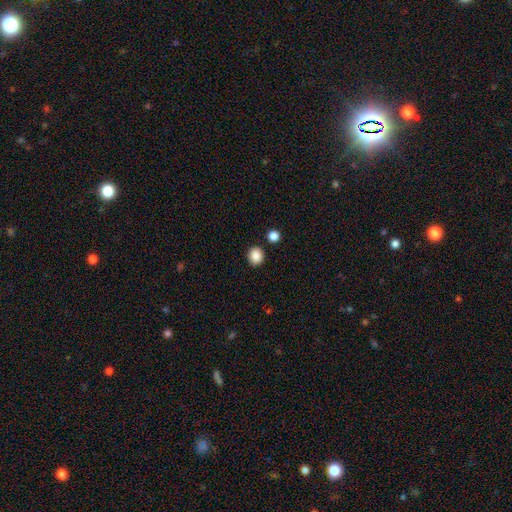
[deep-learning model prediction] The model was most divided on "how rounded": round: 78%, in between: 21%, cigar-shaped: 1%. More confident: merging — none (88%); smooth or featured — smooth (87%).